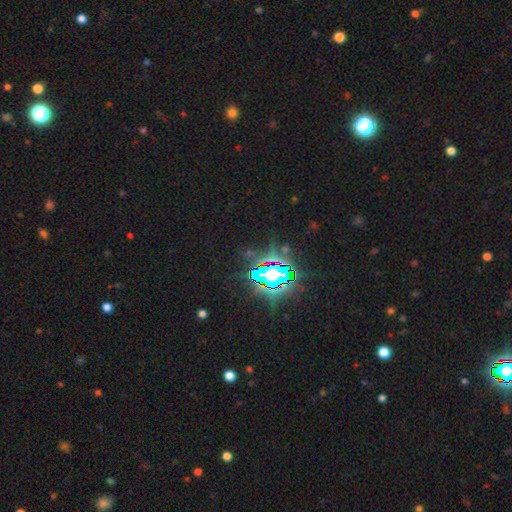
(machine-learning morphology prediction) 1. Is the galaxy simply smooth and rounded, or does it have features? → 82% star or artifact, 10% smooth, 8% featured or disk.